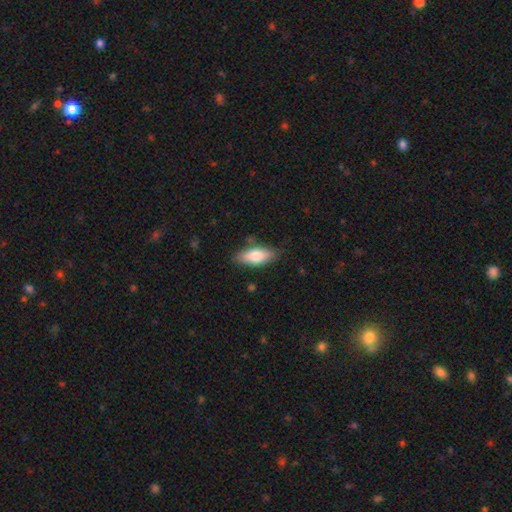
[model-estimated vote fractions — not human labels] The model was most divided on "how rounded": in between: 75%, cigar-shaped: 23%, round: 2%. More confident: merging — none (79%); smooth or featured — smooth (76%).